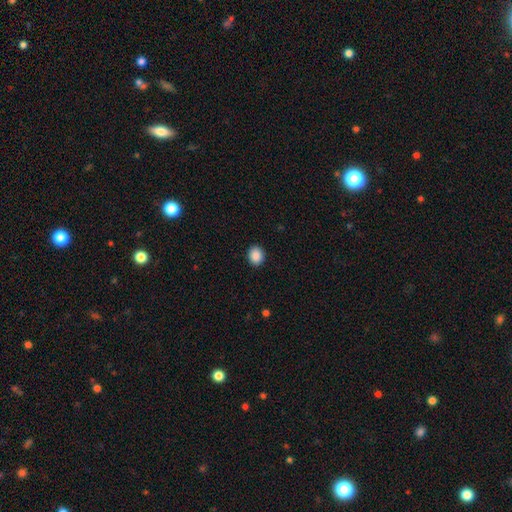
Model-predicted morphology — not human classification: Smooth or featured?
  - smooth: 89% *
  - star or artifact: 9%
  - featured or disk: 3%
How rounded?
  - round: 65% *
  - in between: 34%
  - cigar-shaped: 1%
Merging?
  - none: 91% *
  - minor disturbance: 6%
  - major disturbance: 2%
  - merger: 1%